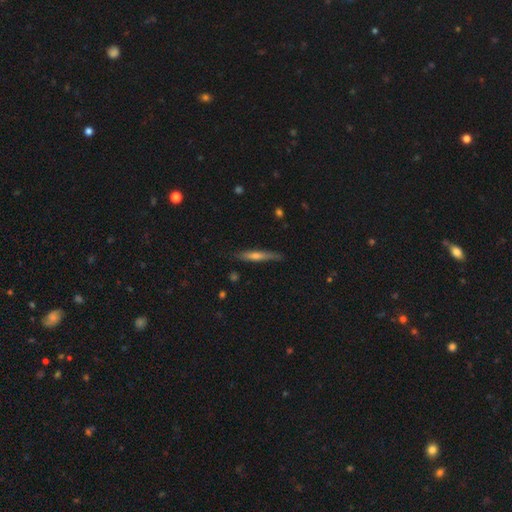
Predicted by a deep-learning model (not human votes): smooth-or-featured: featured or disk: 54% | smooth: 38% | star or artifact: 8%
  disk-edge-on: yes: 94% | no: 6%
    edge-on-bulge: rounded: 71% | none: 22% | boxy: 7%
  merging: none: 84% | minor disturbance: 12% | major disturbance: 2% | merger: 1%